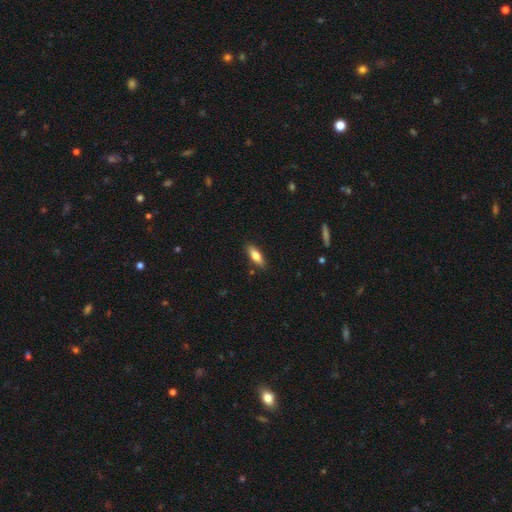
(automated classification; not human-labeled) Smooth or featured? Predicted: smooth (p=0.76). How rounded? Predicted: in between (p=0.65). Merging? Predicted: none (p=0.86).